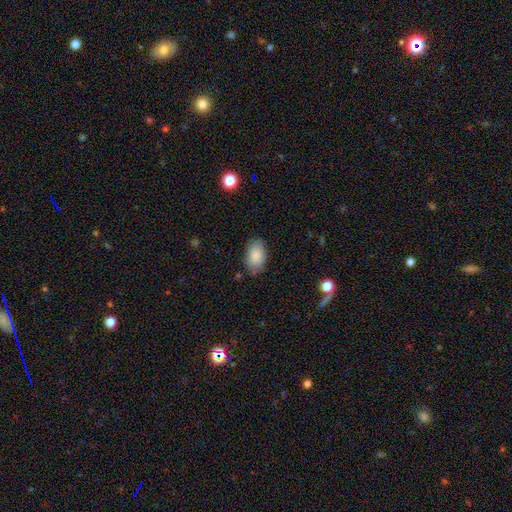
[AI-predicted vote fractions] This appears to be a smooth galaxy with no disk features (86%) that is in between round and cigar-shaped (92%). Merging: none (80%).